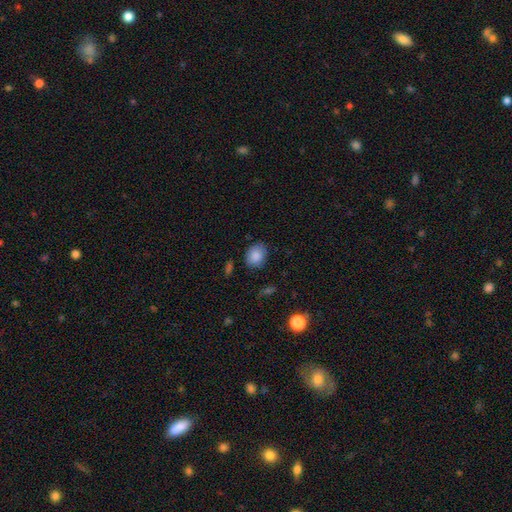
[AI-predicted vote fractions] smooth_or_featured: smooth (p=0.86) [alt: star or artifact p=0.09]
how_rounded: round (p=0.55) [alt: in between p=0.44]
merging: none (p=0.80) [alt: minor disturbance p=0.15]